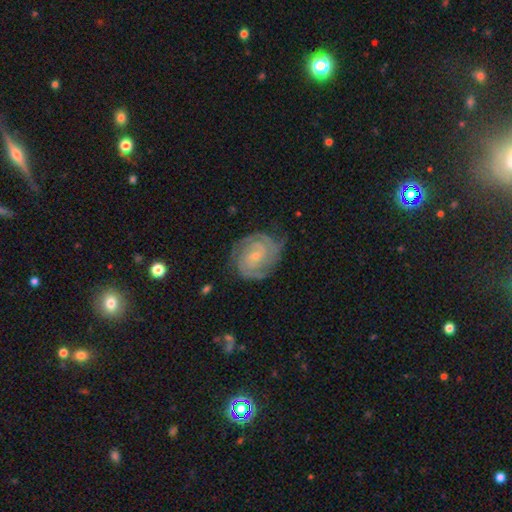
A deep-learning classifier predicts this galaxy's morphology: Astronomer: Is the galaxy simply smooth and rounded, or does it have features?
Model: featured or disk — 86%.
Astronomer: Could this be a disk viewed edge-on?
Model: no — 98%.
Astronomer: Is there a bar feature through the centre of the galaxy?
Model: no — 57% (runner-up: weak, 35%).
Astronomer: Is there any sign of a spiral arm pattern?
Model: yes — 97%.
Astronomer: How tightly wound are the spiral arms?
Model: tight — 69%.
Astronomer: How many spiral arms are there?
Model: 2 — 46%.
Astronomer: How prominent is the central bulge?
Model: small — 77%.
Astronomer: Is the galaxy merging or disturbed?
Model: none — 74%.